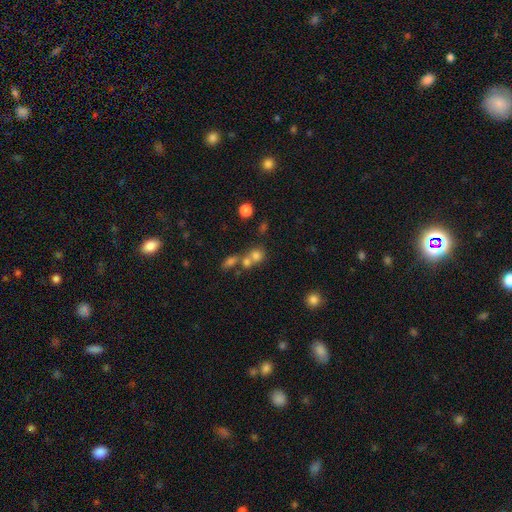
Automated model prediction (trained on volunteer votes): smooth 71%, star or artifact 16%, featured or disk 13%. Down the decision tree: how rounded — round (74%); merging — merger (51%).